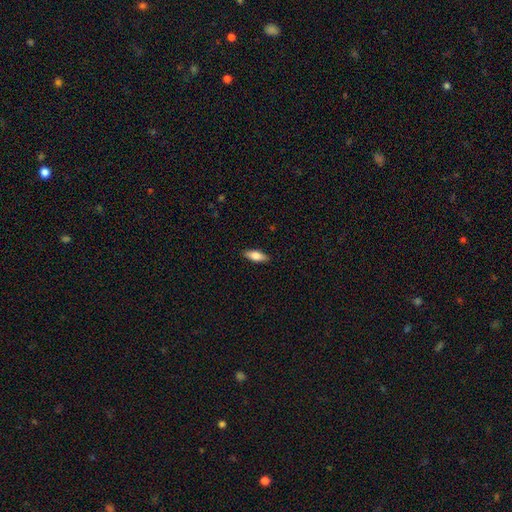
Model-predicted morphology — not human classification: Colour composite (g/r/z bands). It shows a smooth galaxy with no disk features (71%) that is in between round and cigar-shaped (70%). Merging: none (89%).